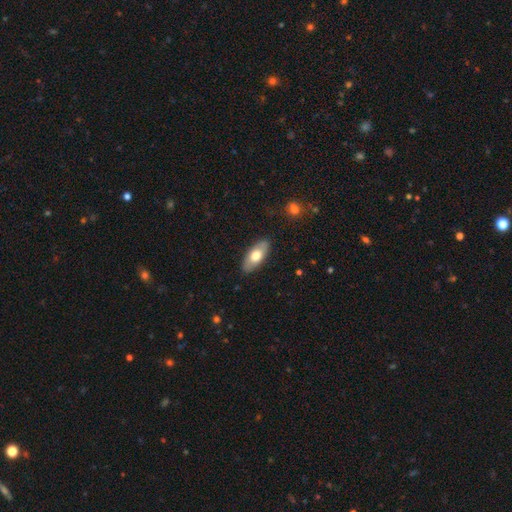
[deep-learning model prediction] Smooth or featured? smooth (67%)
How rounded? in between (87%)
Merging? none (87%)